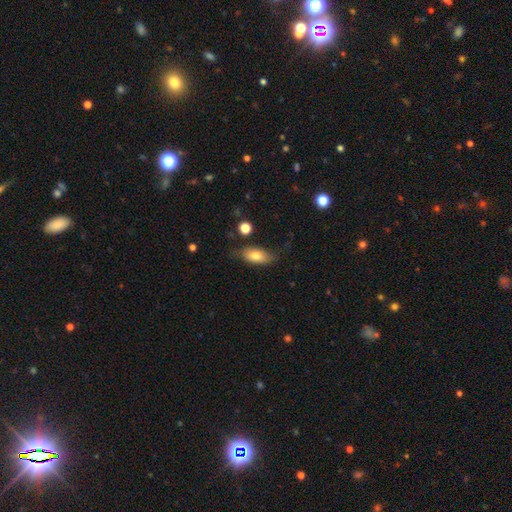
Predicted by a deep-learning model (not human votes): Smooth or featured: smooth — 74% (featured or disk — 18%)
How rounded: in between — 87% (cigar-shaped — 9%)
Merging: none — 68% (minor disturbance — 23%)